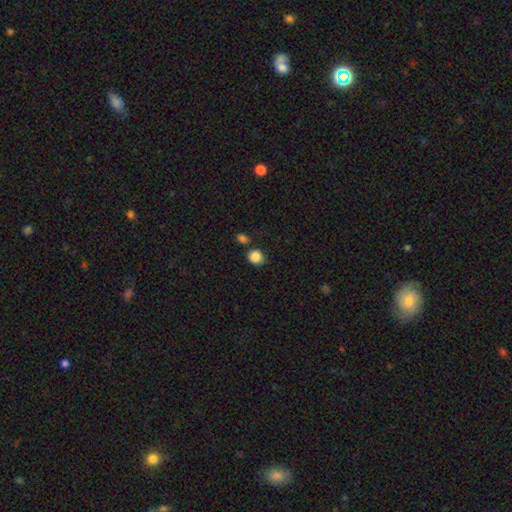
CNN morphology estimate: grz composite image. It shows a smooth galaxy with no disk features (87%) that is round (74%). Merging: none (71%).